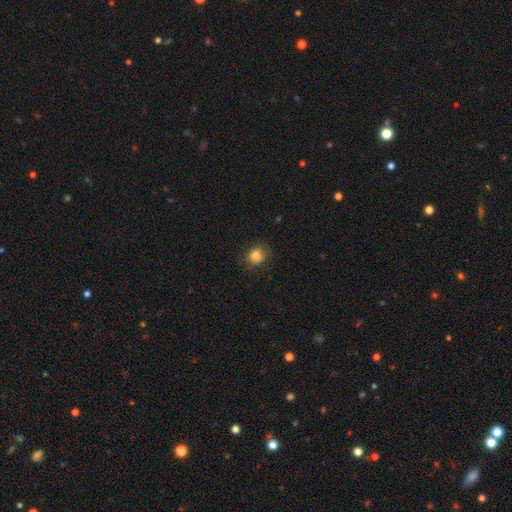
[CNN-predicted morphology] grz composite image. It shows a smooth galaxy with no disk features (82%) that is round (61%). Merging: none (76%).